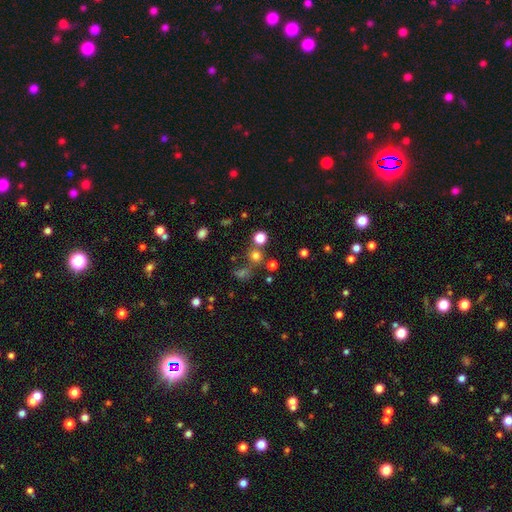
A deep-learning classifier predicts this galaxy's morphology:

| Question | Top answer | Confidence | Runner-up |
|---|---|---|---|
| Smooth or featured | smooth | 68% | star or artifact (25%) |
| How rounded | round | 90% | in between (9%) |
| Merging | none | 69% | merger (18%) |